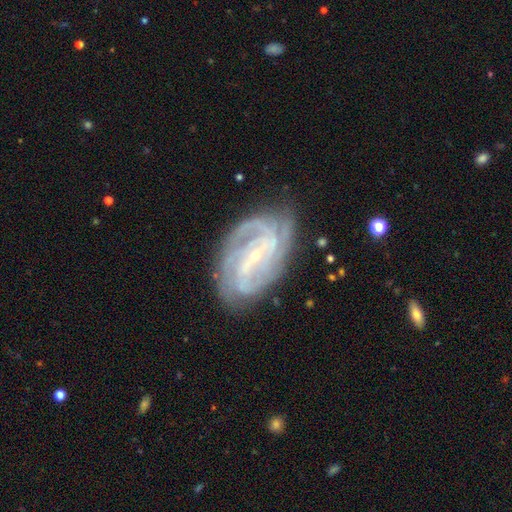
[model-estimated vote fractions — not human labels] featured or disk 90%, star or artifact 5%, smooth 5%. Down the decision tree: edge-on disk — no (97%); bar — weak (39%); spiral arms — yes (98%); spiral arm count — 3 (28%); spiral winding — tight (62%); bulge size — small (80%); merging — none (76%).